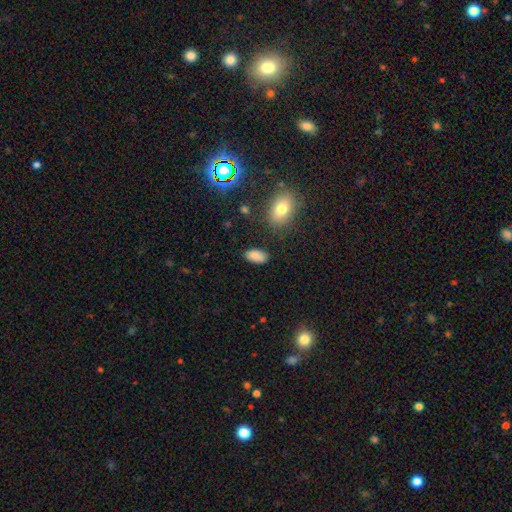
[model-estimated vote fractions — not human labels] Q: Smooth or featured?
A: smooth (85%); runner-up: star or artifact (10%)
Q: How rounded?
A: in between (94%); runner-up: round (4%)
Q: Merging?
A: none (84%); runner-up: minor disturbance (11%)